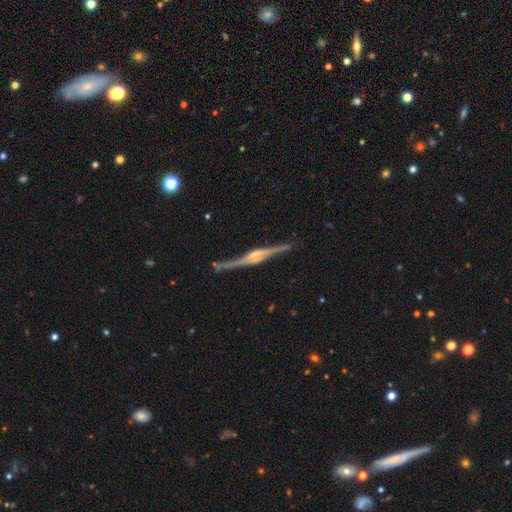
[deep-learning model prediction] Smooth or featured? featured or disk (87%)
Edge-on disk? yes (97%)
Edge-on bulge? rounded (65%)
Merging? none (79%)